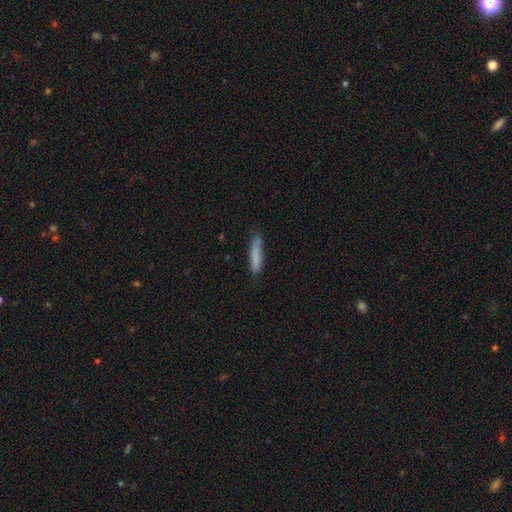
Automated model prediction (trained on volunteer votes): smooth 81%, featured or disk 12%, star or artifact 7%. Down the decision tree: how rounded — cigar-shaped (87%); merging — none (74%).